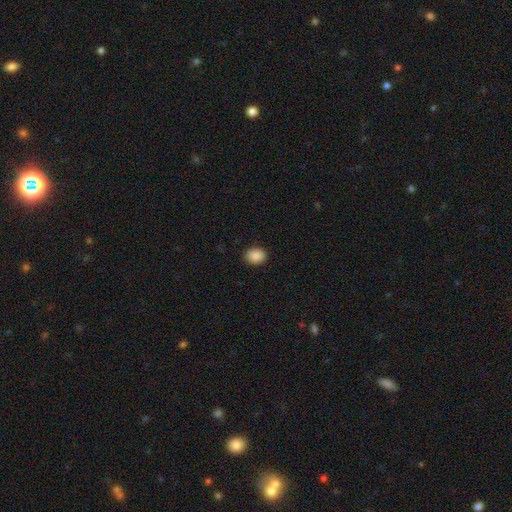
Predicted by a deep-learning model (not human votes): Smooth or featured?
  - smooth: 89% *
  - star or artifact: 8%
  - featured or disk: 3%
How rounded?
  - in between: 52% *
  - round: 47%
  - cigar-shaped: 1%
Merging?
  - none: 89% *
  - minor disturbance: 8%
  - major disturbance: 2%
  - merger: 1%